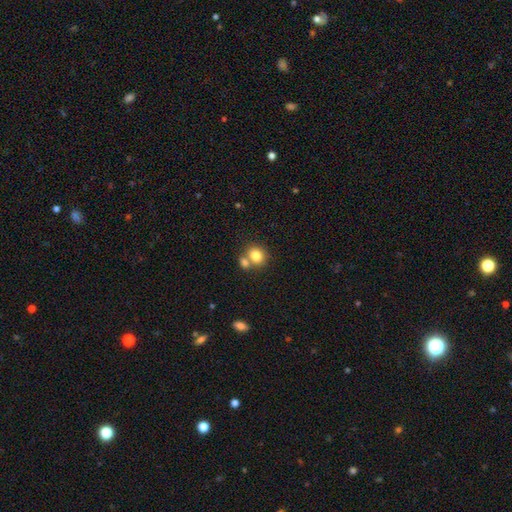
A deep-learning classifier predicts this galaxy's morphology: This is clearly a smooth galaxy (82%). How rounded: likely round (75%). Merging: possibly none (49%).